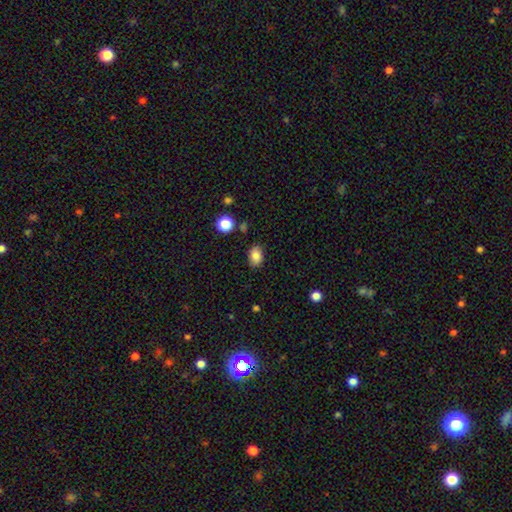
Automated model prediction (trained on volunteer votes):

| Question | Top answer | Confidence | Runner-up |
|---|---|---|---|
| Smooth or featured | smooth | 84% | star or artifact (10%) |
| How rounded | in between | 82% | round (16%) |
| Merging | none | 83% | minor disturbance (12%) |